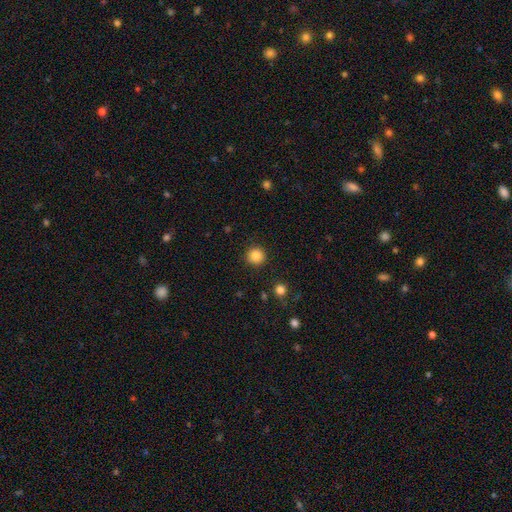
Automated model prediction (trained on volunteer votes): A smooth galaxy with no disk features (85%) that is round (95%).

Vote fractions:
- Smooth or featured? smooth: 85% / star or artifact: 11% / featured or disk: 4%
- How rounded? round: 95% / in between: 5% / cigar-shaped: 1%
- Merging? none: 92% / minor disturbance: 5% / major disturbance: 2% / merger: 1%